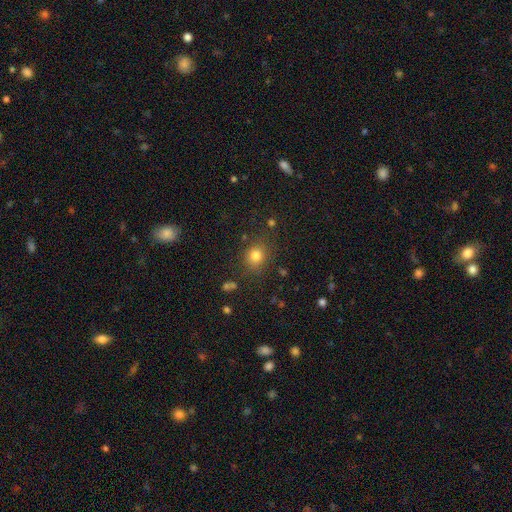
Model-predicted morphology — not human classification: Smooth or featured? smooth (80%)
How rounded? round (80%)
Merging? none (82%)